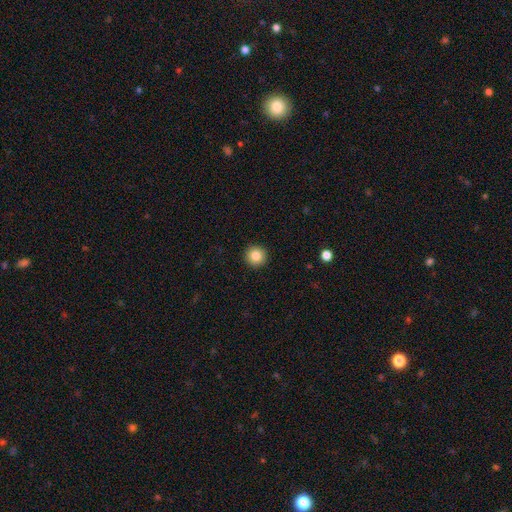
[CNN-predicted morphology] A smooth galaxy with no disk features (84%) that is round (95%).

Vote fractions:
- Smooth or featured? smooth: 84% / star or artifact: 10% / featured or disk: 6%
- How rounded? round: 95% / in between: 4% / cigar-shaped: 1%
- Merging? none: 93% / minor disturbance: 5% / major disturbance: 2% / merger: 1%